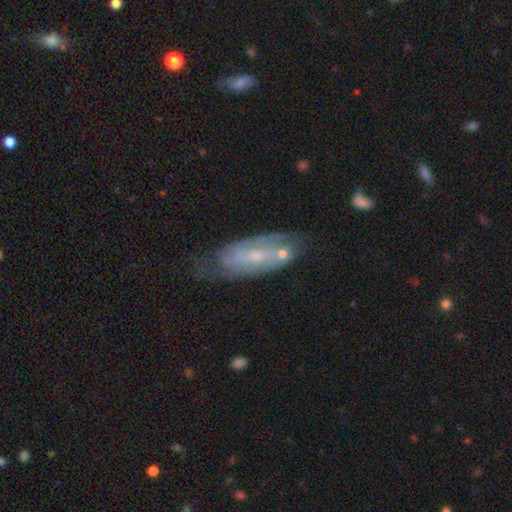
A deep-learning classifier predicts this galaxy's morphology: This is likely a featured or disk galaxy (73%). It is clearly not viewed edge-on (86%). Bar: possibly weak (46%). Spiral arm pattern: clearly yes (82%). Spiral arm count: possibly 2 (55%). Spiral winding: marginally tight (42%). Central bulge: possibly small (59%). Merging: possibly none (57%).